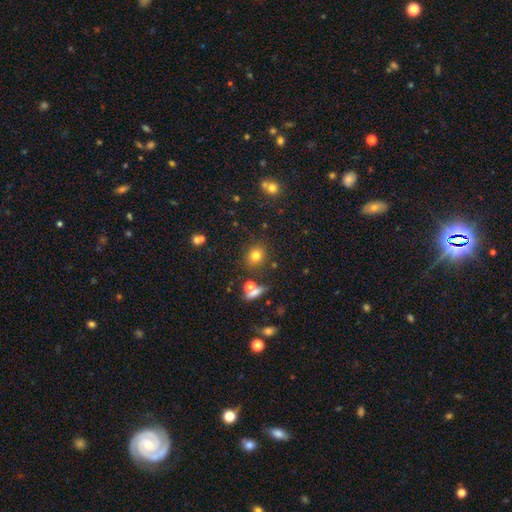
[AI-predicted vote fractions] Overall: smooth (75%). How rounded: round (70%). Merging: none (80%).